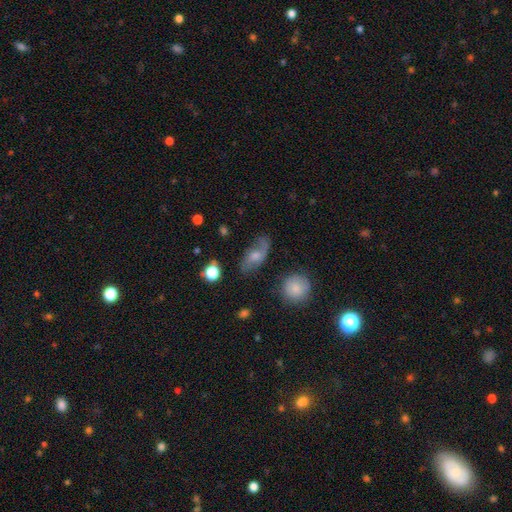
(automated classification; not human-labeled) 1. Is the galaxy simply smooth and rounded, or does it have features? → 49% featured or disk, 42% smooth, 9% star or artifact.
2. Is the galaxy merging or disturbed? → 64% none, 22% minor disturbance, 11% major disturbance, 3% merger.